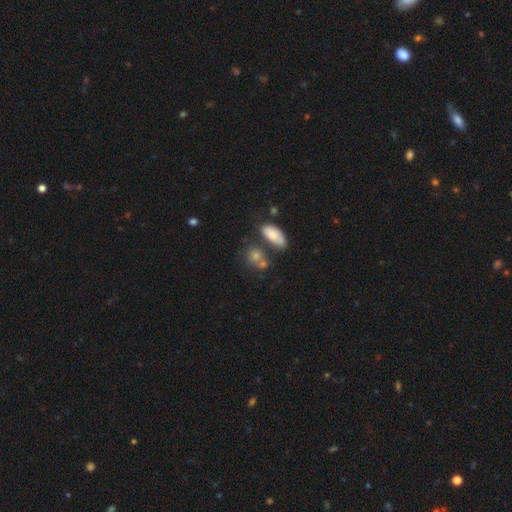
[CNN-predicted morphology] Q: Smooth or featured?
A: smooth (71%); runner-up: featured or disk (15%)
Q: How rounded?
A: in between (49%); runner-up: round (45%)
Q: Merging?
A: none (53%); runner-up: merger (25%)